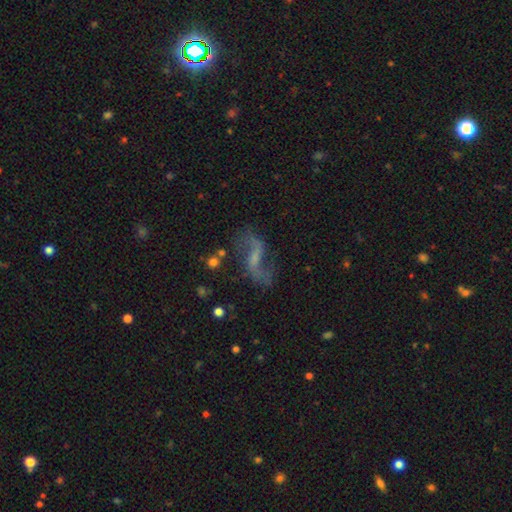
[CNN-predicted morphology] A featured or disk galaxy (80%) with a weak bar (49%), 2 (91%) loose (80%) spiral arms (92%) and a small central bulge (47%). Merging: none (71%).